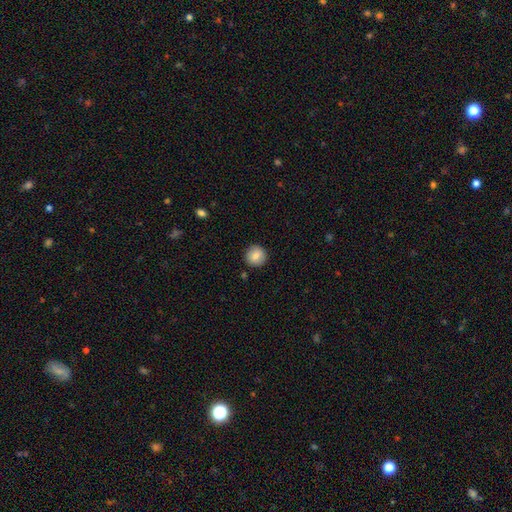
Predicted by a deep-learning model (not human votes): smooth_or_featured: smooth (p=0.84) [alt: star or artifact p=0.08]
how_rounded: round (p=0.94) [alt: in between p=0.05]
merging: none (p=0.91) [alt: minor disturbance p=0.06]